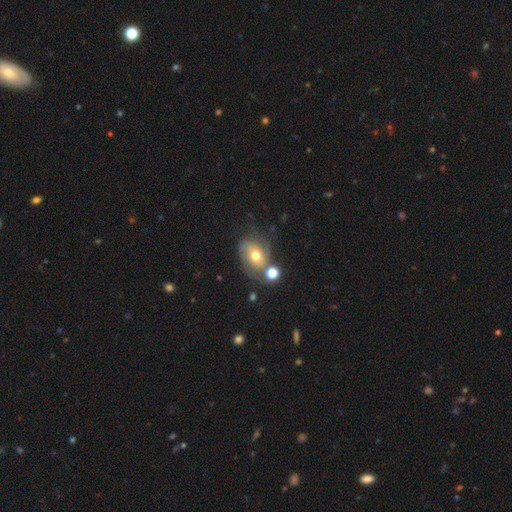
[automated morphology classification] Overall: featured or disk (48%; smooth 41%). Merging: none (46%; minor disturbance 22%).